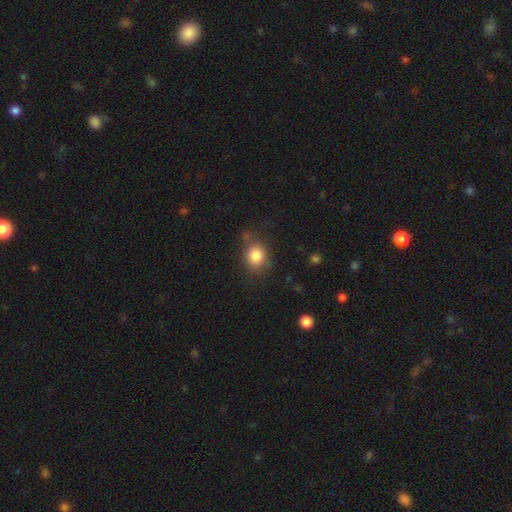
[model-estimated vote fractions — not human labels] smooth_or_featured: smooth (p=0.83) [alt: star or artifact p=0.10]
how_rounded: round (p=0.60) [alt: in between p=0.38]
merging: none (p=0.67) [alt: minor disturbance p=0.21]